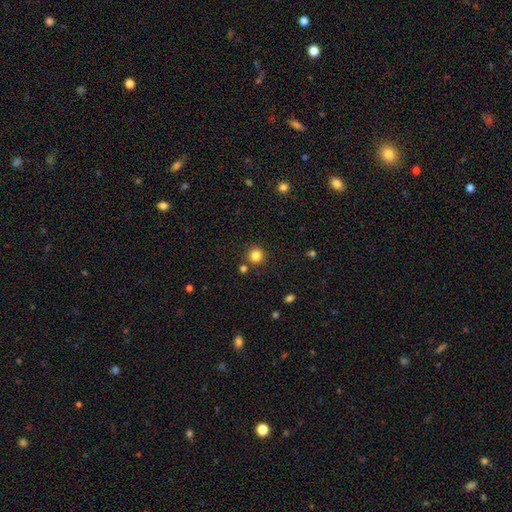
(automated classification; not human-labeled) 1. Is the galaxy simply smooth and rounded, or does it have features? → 83% smooth, 13% star or artifact, 4% featured or disk.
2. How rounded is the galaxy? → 94% round, 5% in between, 1% cigar-shaped.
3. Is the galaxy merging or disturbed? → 86% none, 6% minor disturbance, 5% merger, 2% major disturbance.